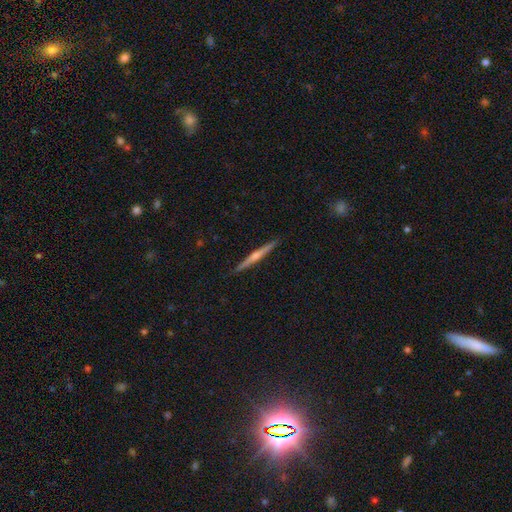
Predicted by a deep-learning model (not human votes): The model was most divided on "smooth or featured": featured or disk: 69%, smooth: 25%, star or artifact: 6%. More confident: edge-on disk — yes (98%); merging — none (92%); edge-on bulge — rounded (76%).